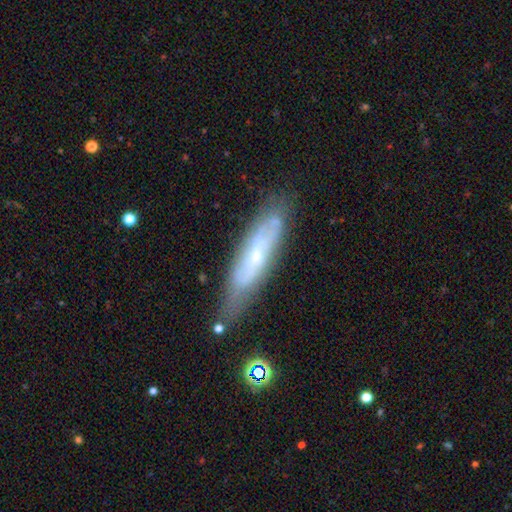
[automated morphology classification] smooth-or-featured: featured or disk: 64% | smooth: 29% | star or artifact: 7%
  disk-edge-on: no: 63% | yes: 37%
  merging: none: 72% | minor disturbance: 20% | major disturbance: 5% | merger: 3%